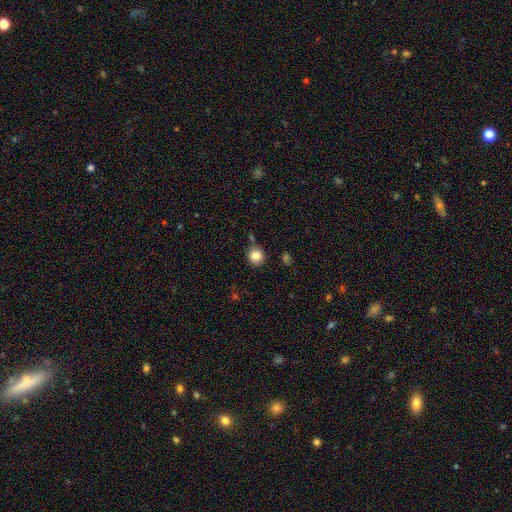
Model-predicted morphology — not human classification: Smooth or featured? Predicted: smooth (p=0.84). How rounded? Predicted: round (p=0.90). Merging? Predicted: none (p=0.81).